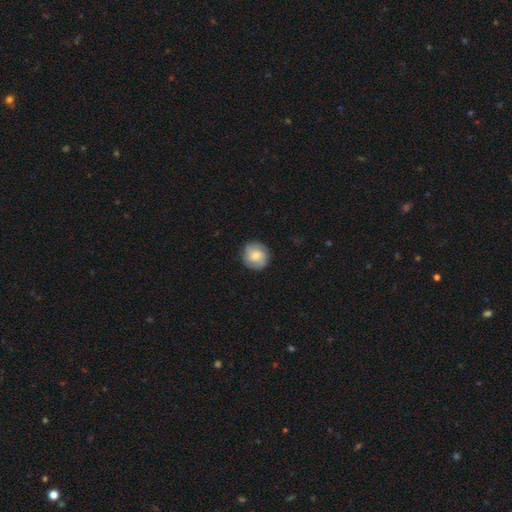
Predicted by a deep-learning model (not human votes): Smooth or featured? smooth (61%)
How rounded? round (92%)
Merging? none (85%)